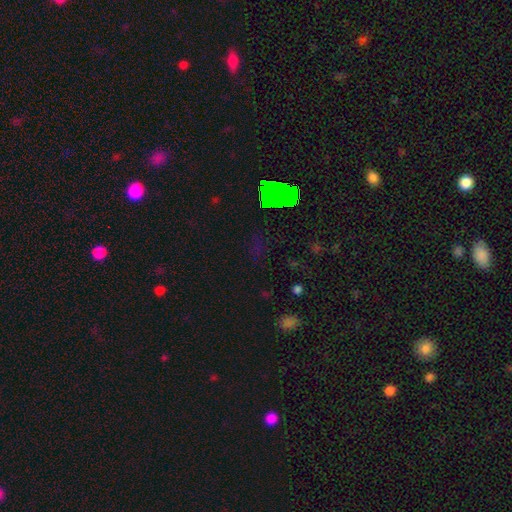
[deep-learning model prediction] A star or artifact, not a galaxy (60%).

Vote fractions:
- Smooth or featured? star or artifact: 60% / smooth: 26% / featured or disk: 14%